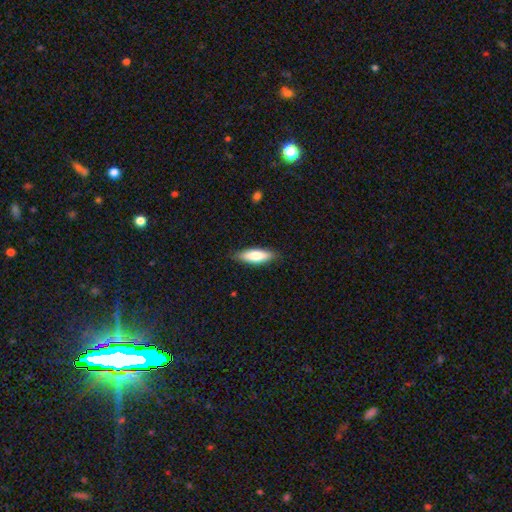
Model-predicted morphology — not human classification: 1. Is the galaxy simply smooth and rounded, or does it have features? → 75% smooth, 20% featured or disk, 6% star or artifact.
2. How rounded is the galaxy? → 56% in between, 42% cigar-shaped, 2% round.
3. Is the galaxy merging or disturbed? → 86% none, 11% minor disturbance, 2% major disturbance, 1% merger.